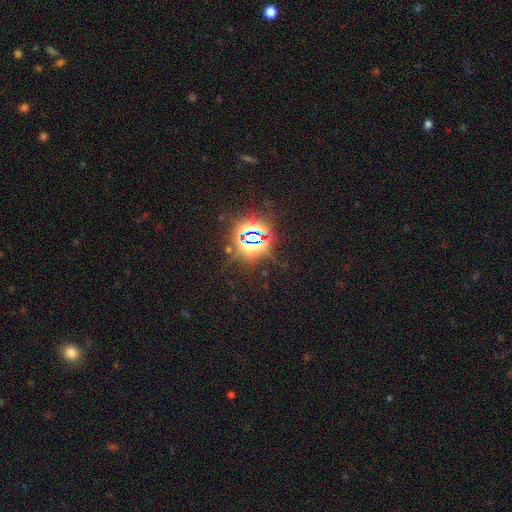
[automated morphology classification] type=star or artifact (84%).